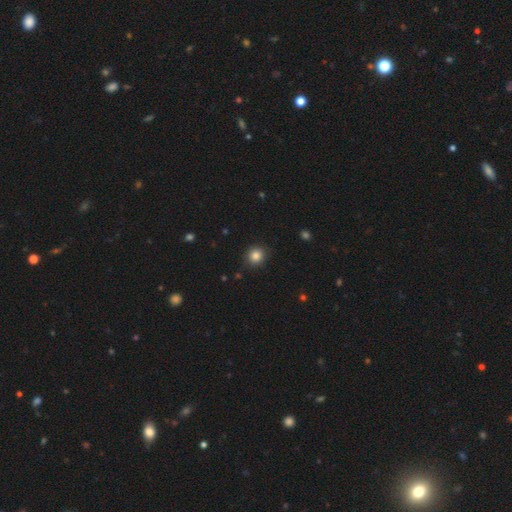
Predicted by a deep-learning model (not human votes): This appears to be a smooth galaxy with no disk features (84%) that is round (87%). Merging: none (87%).